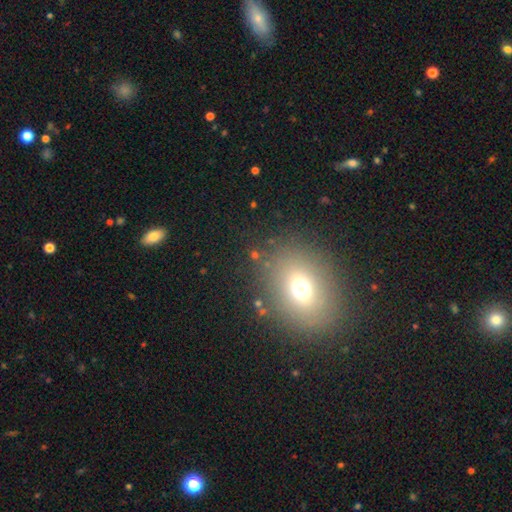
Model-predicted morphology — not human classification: smooth-or-featured: smooth: 65% | star or artifact: 21% | featured or disk: 14%
  how-rounded: in between: 52% | round: 46% | cigar-shaped: 2%
  merging: none: 81% | minor disturbance: 10% | major disturbance: 5% | merger: 4%